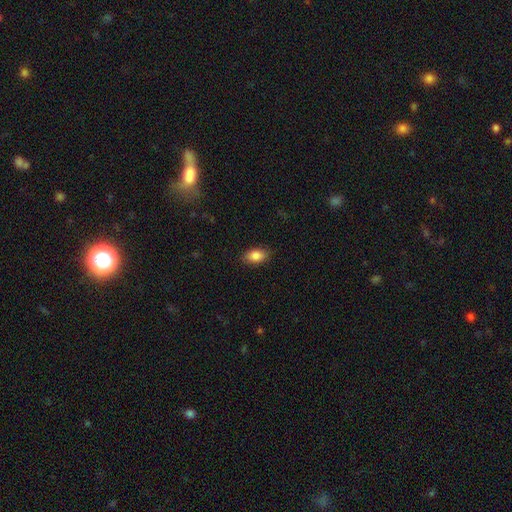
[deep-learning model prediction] This appears to be a smooth galaxy with no disk features (87%) that is in between round and cigar-shaped (90%). Merging: none (85%).